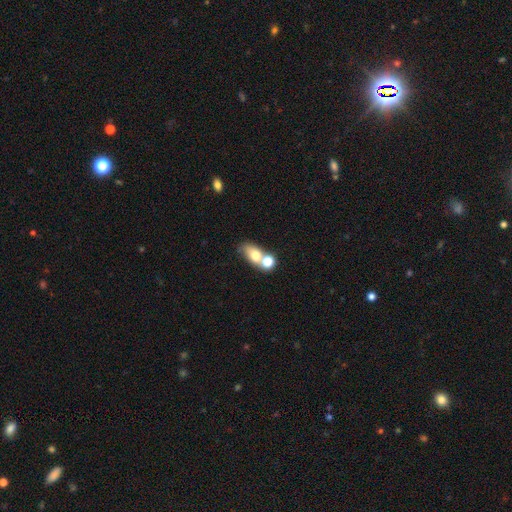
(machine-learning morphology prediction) Smooth or featured: smooth — 69% (featured or disk — 19%)
How rounded: in between — 70% (round — 26%)
Merging: merger — 54% (none — 30%)